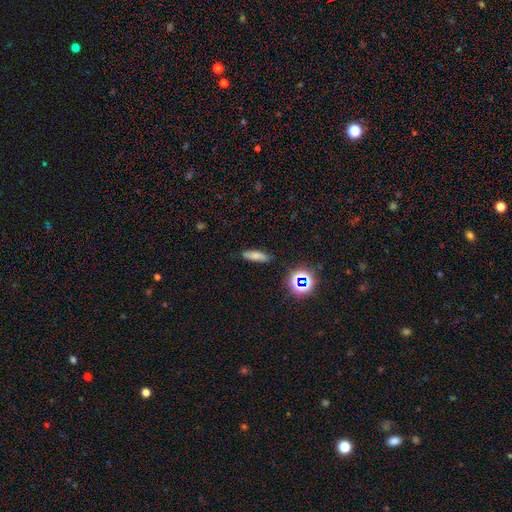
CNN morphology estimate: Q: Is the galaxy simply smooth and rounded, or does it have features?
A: smooth — 70%.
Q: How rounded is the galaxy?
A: cigar-shaped — 50%.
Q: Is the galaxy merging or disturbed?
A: none — 80%.